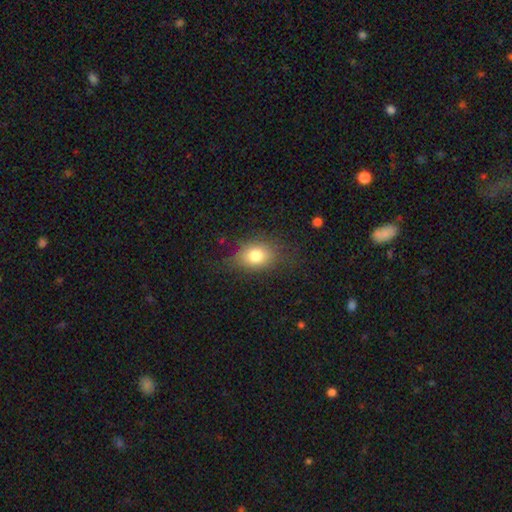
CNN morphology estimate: Overall: smooth (78%). How rounded: in between (61%; round 37%). Merging: none (71%).